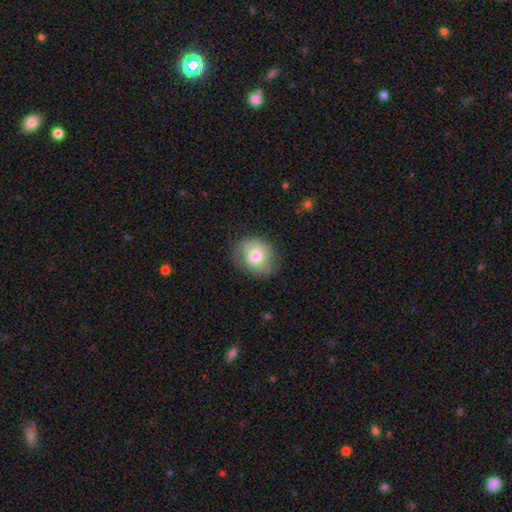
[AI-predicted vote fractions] Morphology: type=smooth (56%); roundness=round (63%); merging=none (72%).